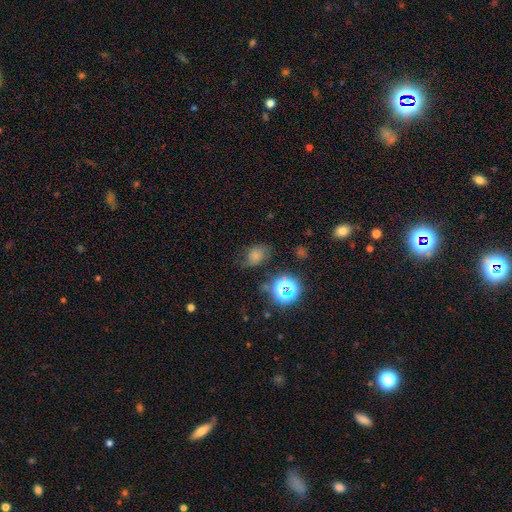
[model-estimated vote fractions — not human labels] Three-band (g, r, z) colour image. It shows a smooth galaxy with no disk features (66%) that is in between round and cigar-shaped (59%). Merging: none (58%).